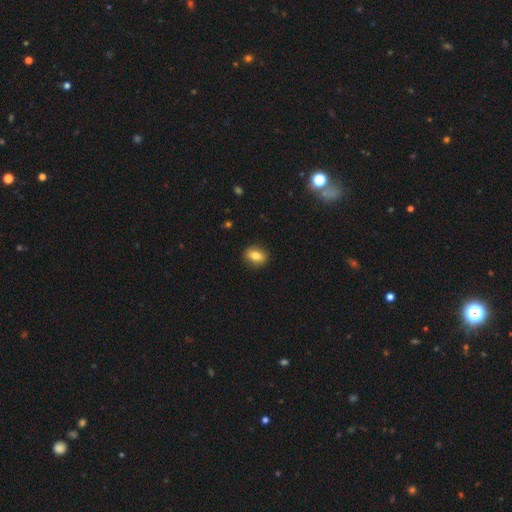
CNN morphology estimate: This appears to be a smooth galaxy with no disk features (78%) that is in between round and cigar-shaped (60%). Merging: none (89%).